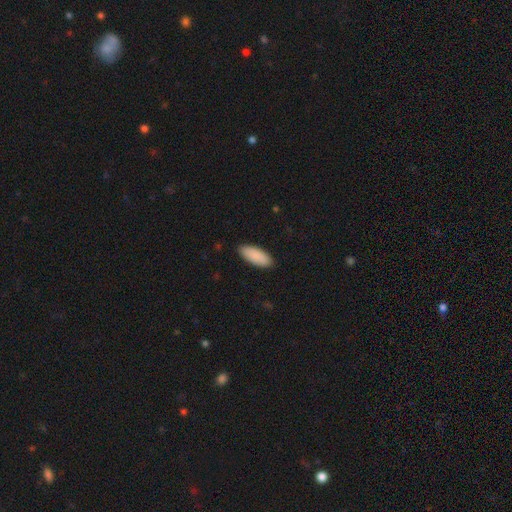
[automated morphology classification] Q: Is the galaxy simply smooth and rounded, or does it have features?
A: smooth — 90%.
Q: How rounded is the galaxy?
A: in between — 83%.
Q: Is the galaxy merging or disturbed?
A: none — 88%.